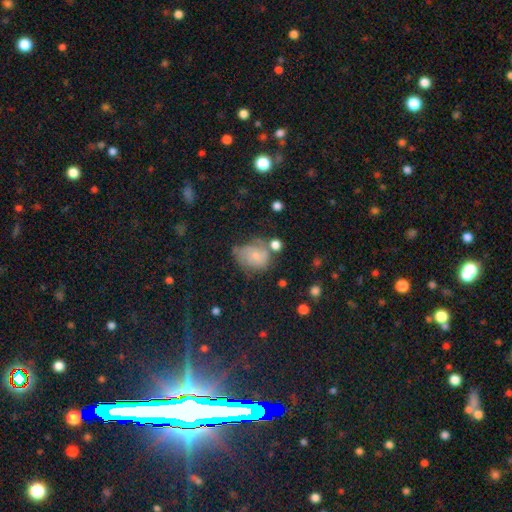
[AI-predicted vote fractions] Q: Smooth or featured?
A: smooth (54%); runner-up: featured or disk (34%)
Q: How rounded?
A: round (51%); runner-up: in between (47%)
Q: Merging?
A: none (43%); runner-up: minor disturbance (30%)